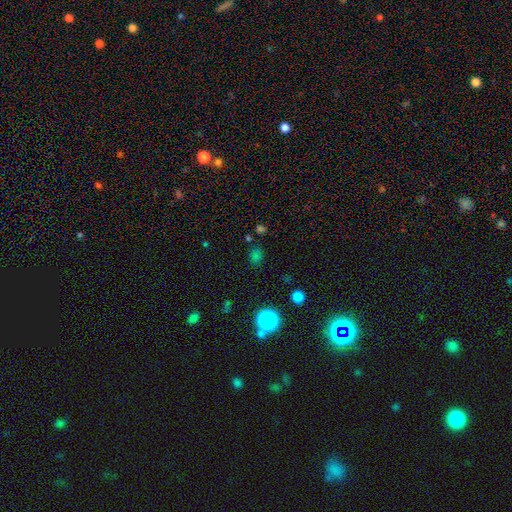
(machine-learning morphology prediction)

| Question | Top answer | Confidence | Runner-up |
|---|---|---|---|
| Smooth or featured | smooth | 60% | star or artifact (34%) |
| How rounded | round | 63% | in between (35%) |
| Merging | none | 79% | minor disturbance (12%) |